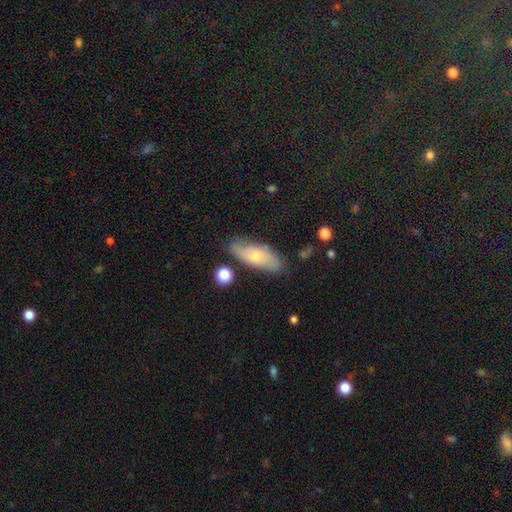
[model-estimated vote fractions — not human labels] This appears to be a smooth galaxy with no disk features (55%) that is in between round and cigar-shaped (76%). Merging: none (75%).